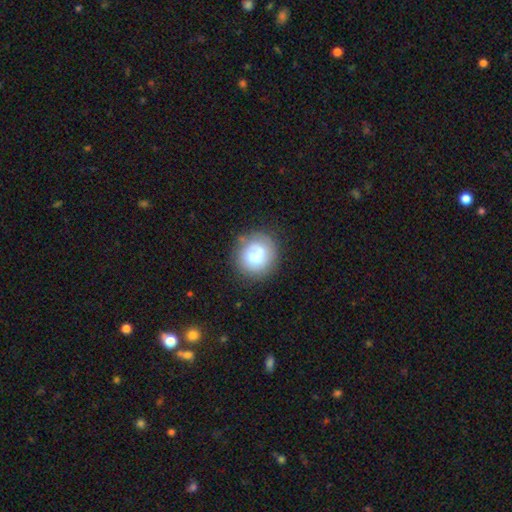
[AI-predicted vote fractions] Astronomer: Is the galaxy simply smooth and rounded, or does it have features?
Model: smooth — 67%.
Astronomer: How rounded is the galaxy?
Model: round — 82%.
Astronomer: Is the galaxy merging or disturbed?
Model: none — 65%.